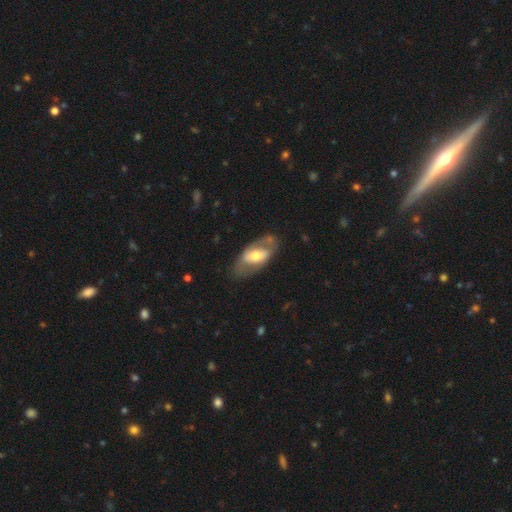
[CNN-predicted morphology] type=featured or disk (56%); edge-on=no (88%); merging=none (63%).